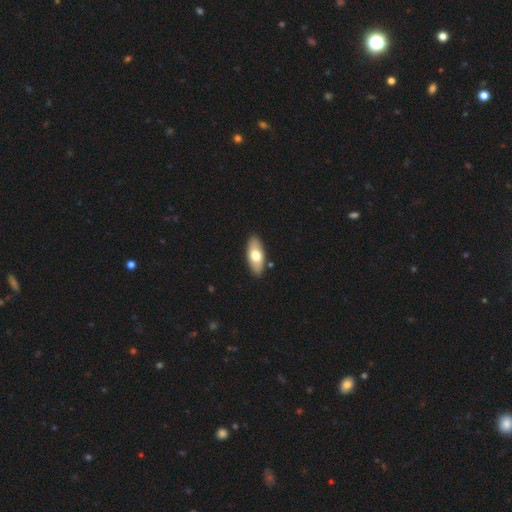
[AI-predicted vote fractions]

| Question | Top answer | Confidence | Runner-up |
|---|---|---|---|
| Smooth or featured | smooth | 66% | featured or disk (29%) |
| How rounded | in between | 85% | cigar-shaped (12%) |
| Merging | none | 88% | minor disturbance (9%) |